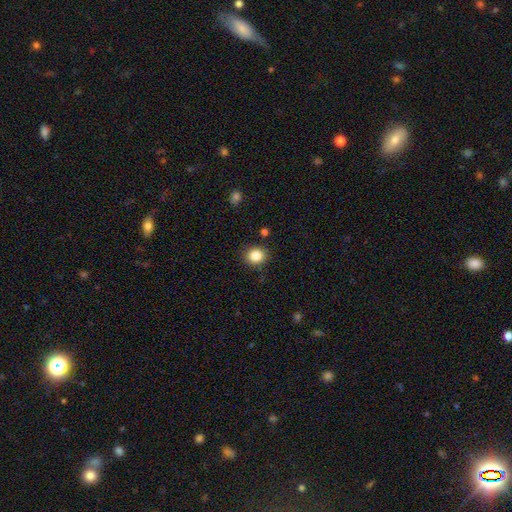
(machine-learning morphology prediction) The model was most divided on "how rounded": round: 77%, in between: 22%, cigar-shaped: 1%. More confident: merging — none (88%); smooth or featured — smooth (85%).